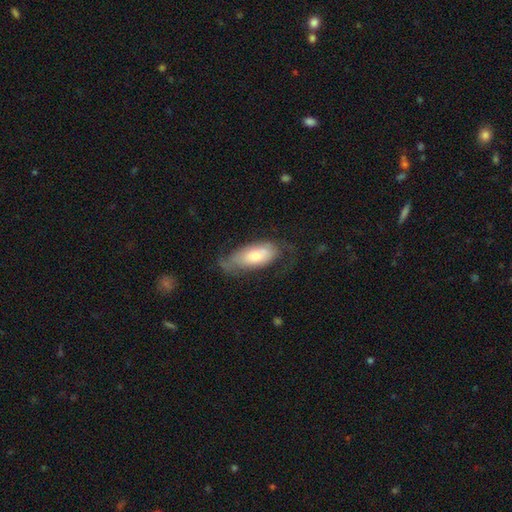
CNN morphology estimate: A smooth galaxy with no disk features (55%) that is in between round and cigar-shaped (87%). Merging: none (46%).